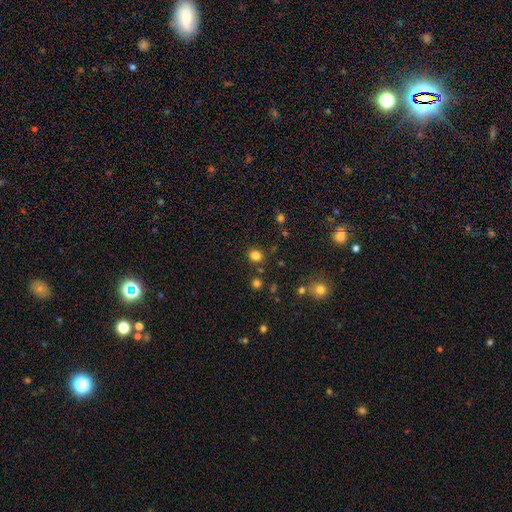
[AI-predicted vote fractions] This appears to be a smooth galaxy with no disk features (80%) that is round (78%). Merging: none (85%).